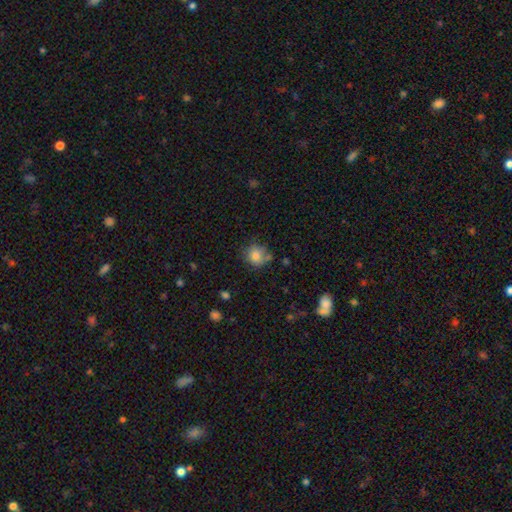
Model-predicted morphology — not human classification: This appears to be a smooth galaxy with no disk features (80%) that is round (79%). Merging: none (66%).